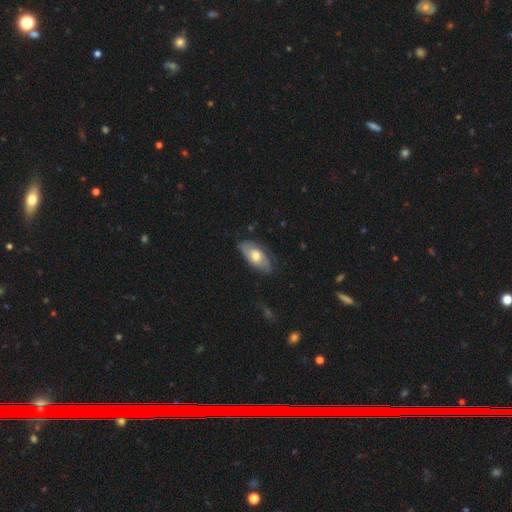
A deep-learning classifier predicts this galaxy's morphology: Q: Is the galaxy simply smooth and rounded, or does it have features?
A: featured or disk — 49%.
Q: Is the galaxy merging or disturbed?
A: none — 67%.